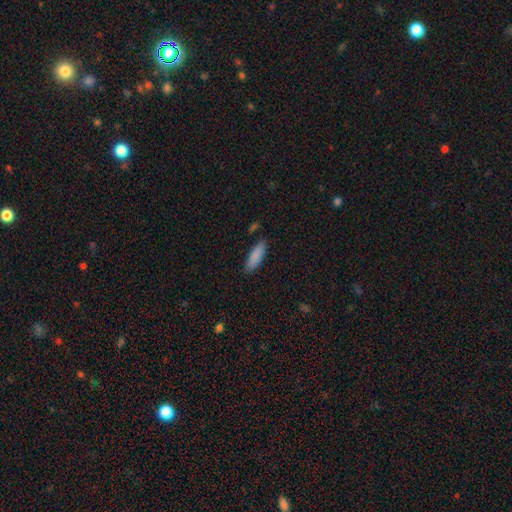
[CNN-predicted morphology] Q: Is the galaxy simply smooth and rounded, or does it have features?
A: smooth — 87%.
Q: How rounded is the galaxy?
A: in between — 50%.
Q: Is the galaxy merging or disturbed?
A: none — 84%.